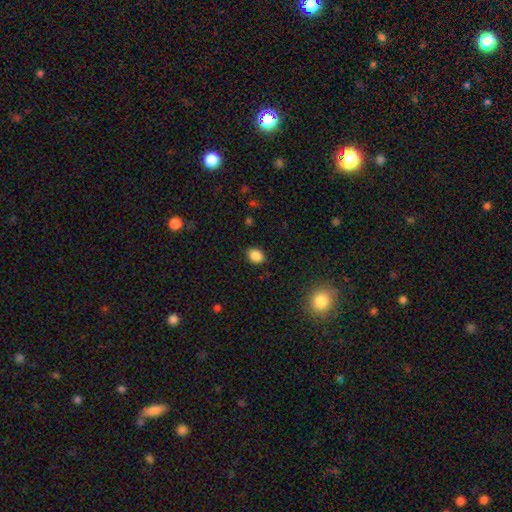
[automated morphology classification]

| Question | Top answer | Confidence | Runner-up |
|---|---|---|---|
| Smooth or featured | smooth | 86% | star or artifact (10%) |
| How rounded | in between | 55% | round (44%) |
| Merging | none | 86% | minor disturbance (11%) |